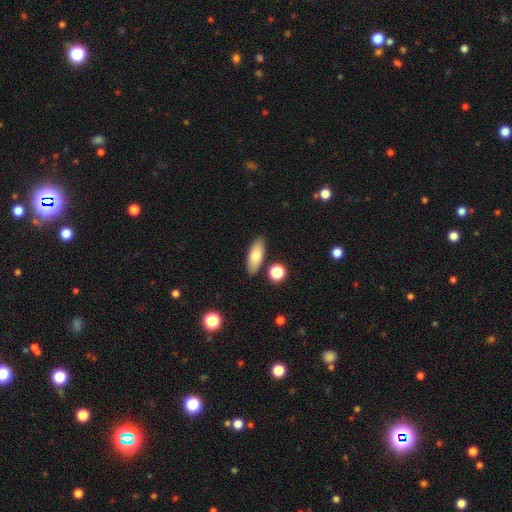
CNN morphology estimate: Smooth or featured?
  - smooth: 76% *
  - featured or disk: 17%
  - star or artifact: 7%
How rounded?
  - in between: 77% *
  - cigar-shaped: 19%
  - round: 4%
Merging?
  - none: 84% *
  - minor disturbance: 9%
  - merger: 4%
  - major disturbance: 2%